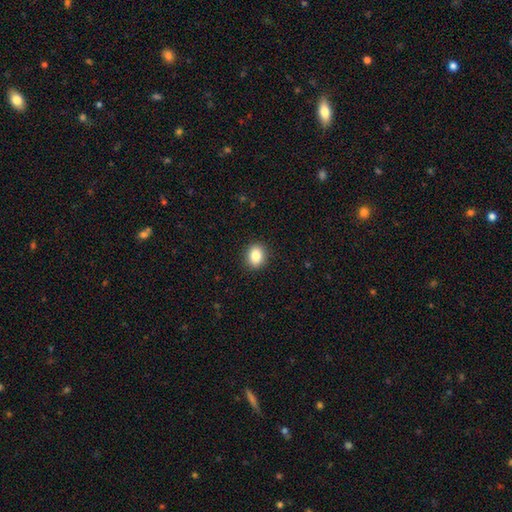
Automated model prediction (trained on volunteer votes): smooth-or-featured: smooth: 85% | star or artifact: 9% | featured or disk: 6%
  how-rounded: round: 56% | in between: 43% | cigar-shaped: 1%
  merging: none: 91% | minor disturbance: 6% | major disturbance: 2% | merger: 1%